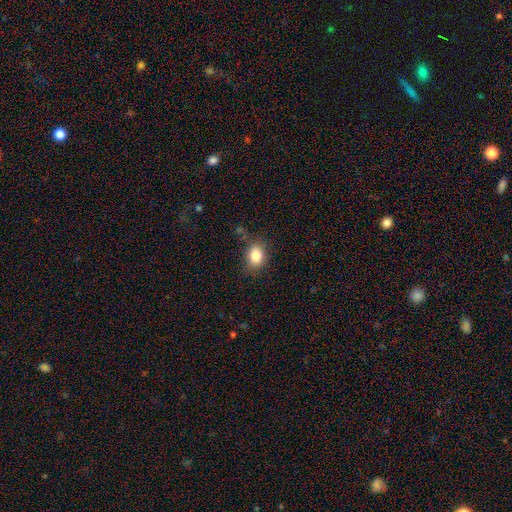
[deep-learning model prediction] A smooth galaxy with no disk features (83%) that is in between round and cigar-shaped (61%). Merging: none (78%).